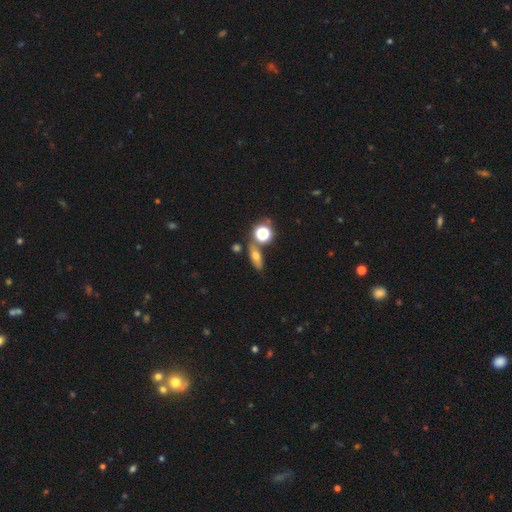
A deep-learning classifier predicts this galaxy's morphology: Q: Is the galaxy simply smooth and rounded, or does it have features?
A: smooth — 56%.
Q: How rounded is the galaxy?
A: in between — 52%.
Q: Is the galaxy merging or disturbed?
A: none — 72%.